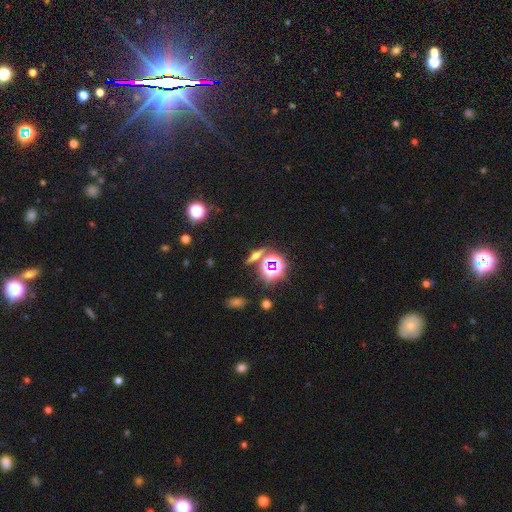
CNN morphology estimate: type=featured or disk (36%); merging=none (79%).